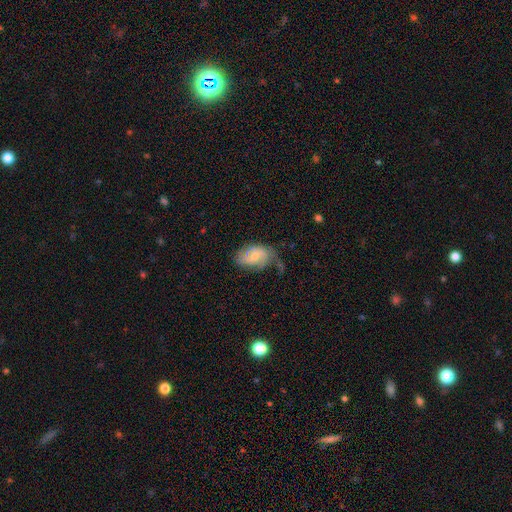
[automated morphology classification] A featured or disk galaxy (53%) with no bar (53%), spiral arms (82%) and a small central bulge (57%). Merging: none (44%).